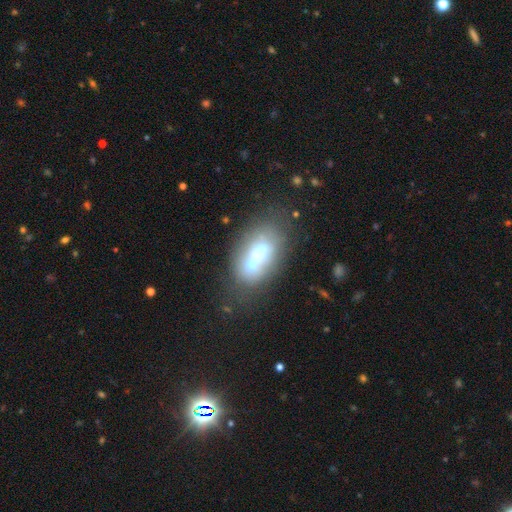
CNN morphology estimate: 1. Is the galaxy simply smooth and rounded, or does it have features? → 49% smooth, 39% featured or disk, 12% star or artifact.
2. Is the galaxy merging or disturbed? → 41% merger, 35% none, 14% minor disturbance, 10% major disturbance.